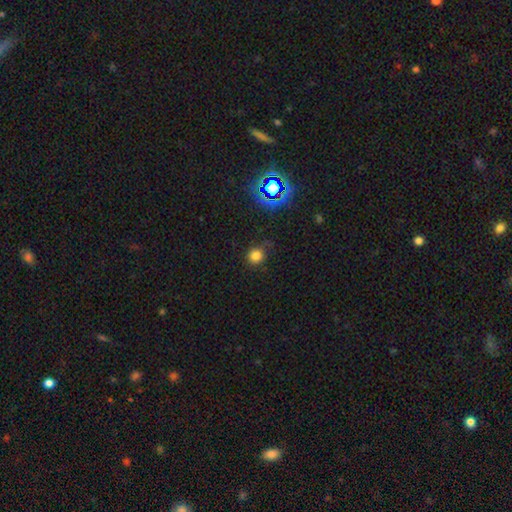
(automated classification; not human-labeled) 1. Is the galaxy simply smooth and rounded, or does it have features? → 77% smooth, 18% star or artifact, 5% featured or disk.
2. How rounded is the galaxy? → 90% round, 9% in between, 1% cigar-shaped.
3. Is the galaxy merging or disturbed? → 78% none, 15% minor disturbance, 5% major disturbance, 2% merger.